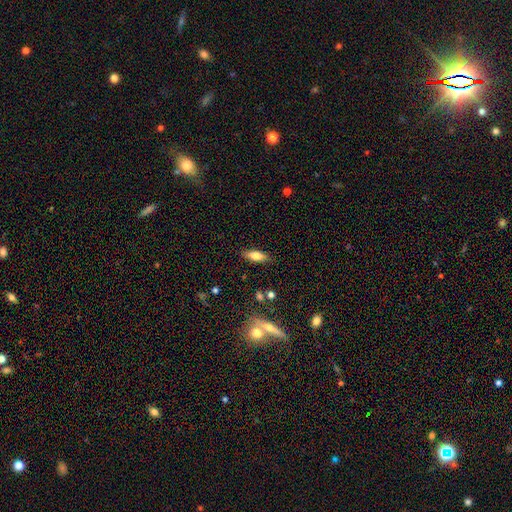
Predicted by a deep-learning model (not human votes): This appears to be a smooth galaxy with no disk features (72%) that is in between round and cigar-shaped (60%). Merging: none (85%).